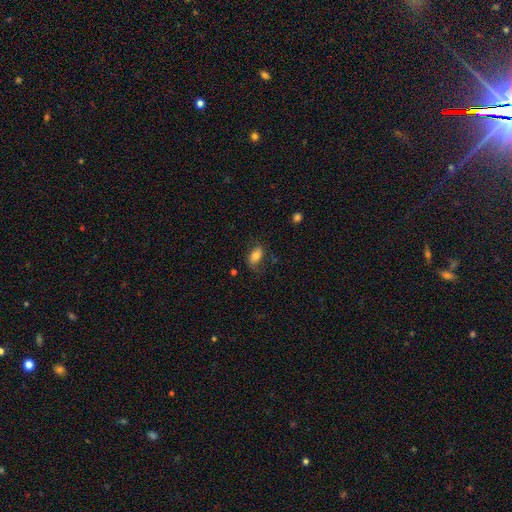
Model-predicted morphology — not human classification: The model was most divided on "merging": none: 67%, minor disturbance: 21%, major disturbance: 10%, merger: 2%. More confident: how rounded — in between (90%); smooth or featured — smooth (72%).